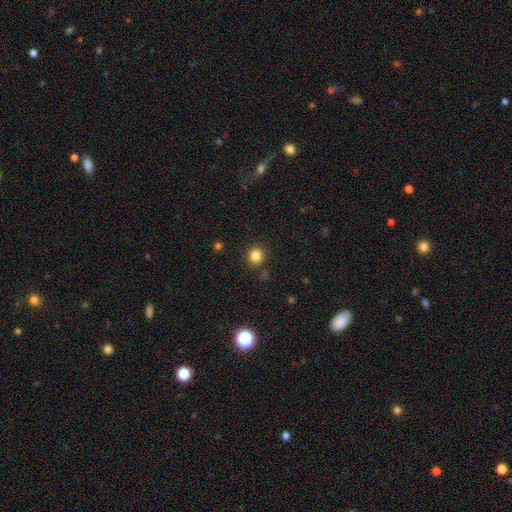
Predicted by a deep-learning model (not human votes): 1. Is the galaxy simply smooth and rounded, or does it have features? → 82% smooth, 13% star or artifact, 5% featured or disk.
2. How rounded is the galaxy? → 86% round, 14% in between, 1% cigar-shaped.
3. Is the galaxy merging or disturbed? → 86% none, 8% minor disturbance, 3% merger, 2% major disturbance.